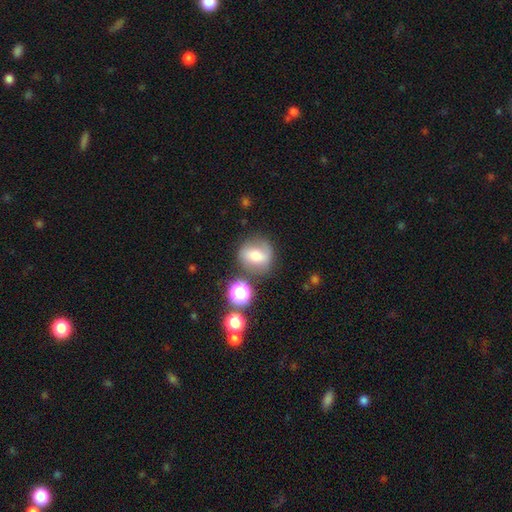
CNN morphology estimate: Overall: smooth (55%; featured or disk 32%). How rounded: round (75%). Merging: none (70%).